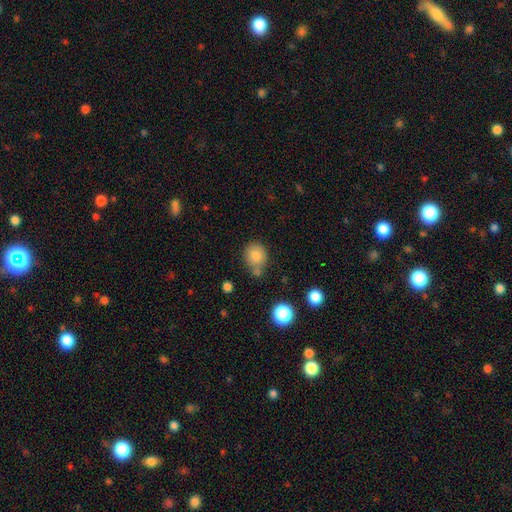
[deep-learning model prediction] smooth_or_featured: smooth (p=0.80) [alt: star or artifact p=0.11]
how_rounded: round (p=0.76) [alt: in between p=0.23]
merging: none (p=0.62) [alt: merger p=0.18]